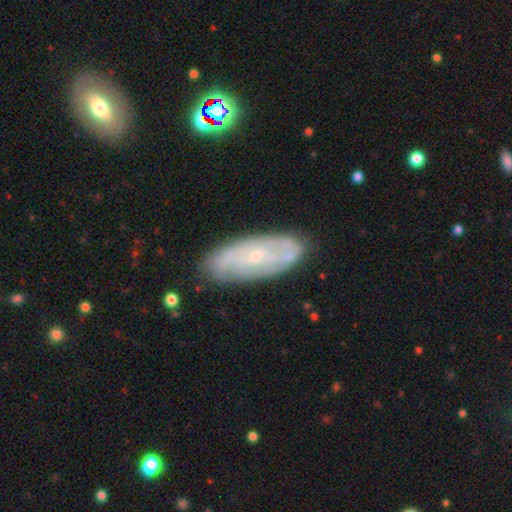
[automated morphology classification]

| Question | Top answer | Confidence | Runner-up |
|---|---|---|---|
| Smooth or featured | featured or disk | 67% | smooth (26%) |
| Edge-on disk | no | 88% | yes (12%) |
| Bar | no | 67% | weak (27%) |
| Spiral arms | yes | 75% | no (25%) |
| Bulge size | small | 78% | moderate (16%) |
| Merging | none | 77% | minor disturbance (17%) |